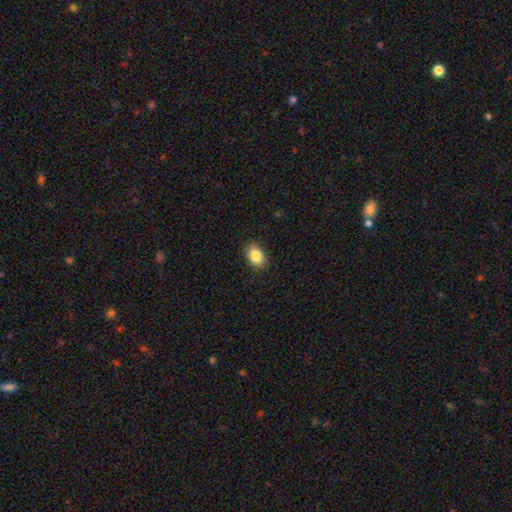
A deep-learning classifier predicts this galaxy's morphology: Smooth or featured? smooth (87%)
How rounded? in between (82%)
Merging? none (89%)